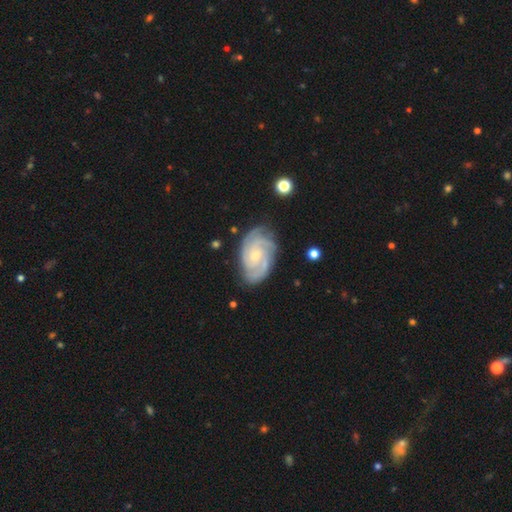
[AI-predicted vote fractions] smooth_or_featured: featured or disk (p=0.89) [alt: smooth p=0.07]
disk_edge_on: no (p=0.97) [alt: yes p=0.03]
bar: no (p=0.59) [alt: weak p=0.34]
has_spiral_arms: yes (p=0.98) [alt: no p=0.02]
spiral_winding: tight (p=0.68) [alt: medium p=0.28]
spiral_arm_count: 3 (p=0.37) [alt: 2 p=0.20]
bulge_size: small (p=0.63) [alt: moderate p=0.30]
merging: none (p=0.77) [alt: minor disturbance p=0.17]